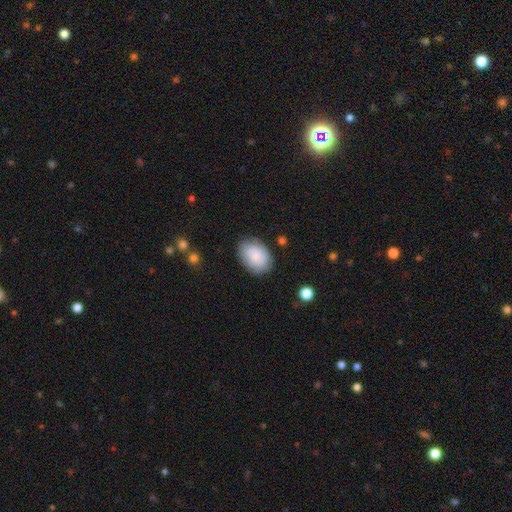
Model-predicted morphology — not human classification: Smooth or featured: smooth — 84% (featured or disk — 9%)
How rounded: in between — 82% (round — 17%)
Merging: none — 79% (minor disturbance — 15%)